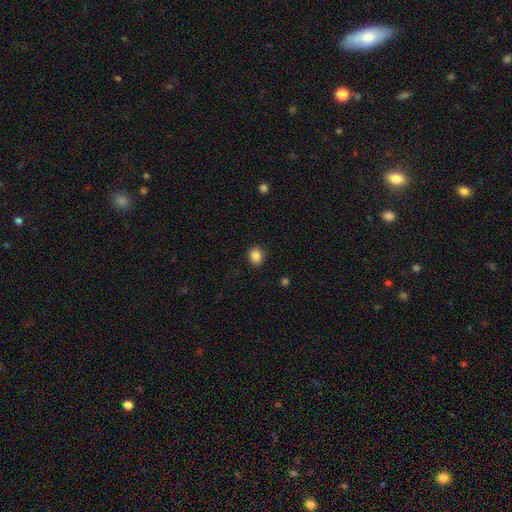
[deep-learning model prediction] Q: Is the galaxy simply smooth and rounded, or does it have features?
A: smooth — 86%.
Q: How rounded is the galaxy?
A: round — 62%.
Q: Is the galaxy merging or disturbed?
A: none — 88%.